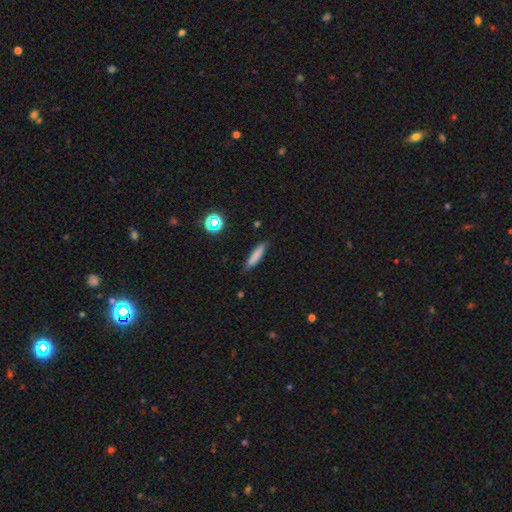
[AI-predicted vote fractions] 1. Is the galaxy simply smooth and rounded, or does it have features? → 80% smooth, 10% featured or disk, 9% star or artifact.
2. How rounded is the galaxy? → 84% cigar-shaped, 14% in between, 2% round.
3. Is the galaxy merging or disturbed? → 86% none, 11% minor disturbance, 2% major disturbance, 2% merger.